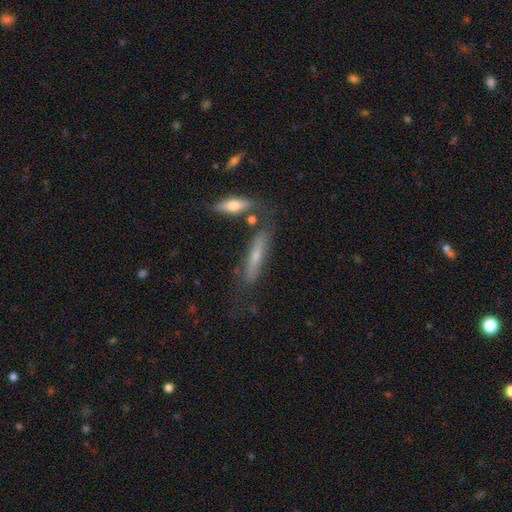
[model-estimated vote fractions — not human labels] Smooth or featured? smooth (47%)
Merging? none (66%)